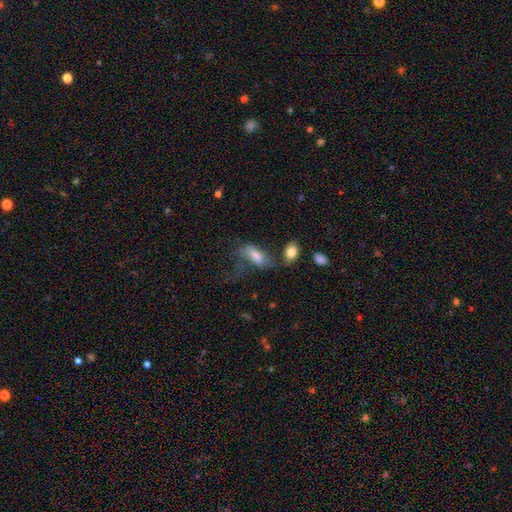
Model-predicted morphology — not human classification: smooth-or-featured: smooth: 59% | featured or disk: 29% | star or artifact: 12%
  how-rounded: in between: 78% | cigar-shaped: 18% | round: 4%
  merging: major disturbance: 39% | none: 28% | minor disturbance: 21% | merger: 13%